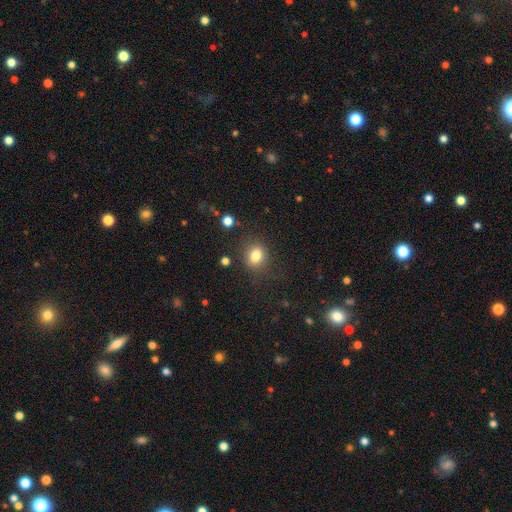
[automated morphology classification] This is clearly a smooth galaxy (82%). How rounded: possibly round (54%). Merging: clearly none (80%).